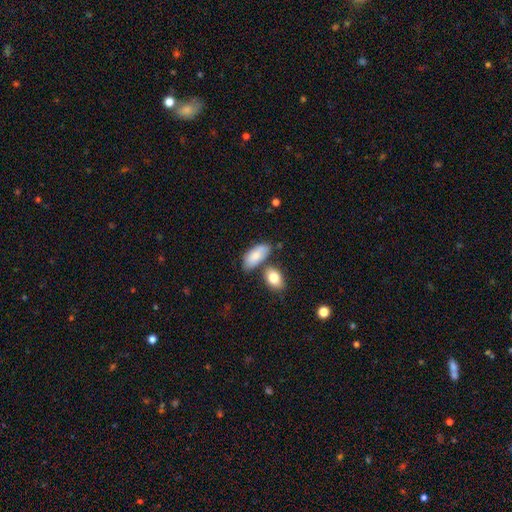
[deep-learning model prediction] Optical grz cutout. It shows a smooth galaxy with no disk features (79%) that is in between round and cigar-shaped (91%). Merging: none (56%).